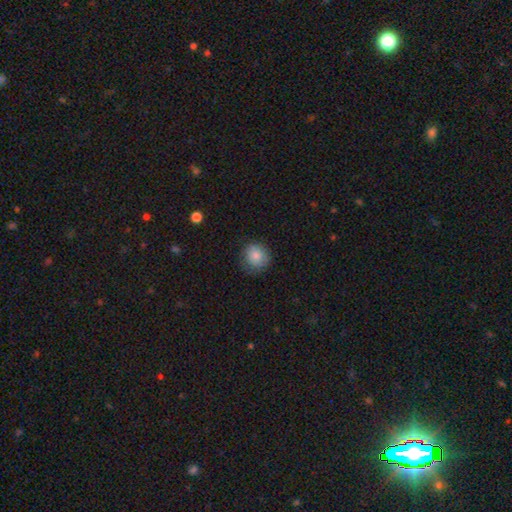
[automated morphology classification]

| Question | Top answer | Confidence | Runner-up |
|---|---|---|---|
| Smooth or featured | smooth | 82% | featured or disk (10%) |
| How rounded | round | 85% | in between (15%) |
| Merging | none | 76% | minor disturbance (18%) |